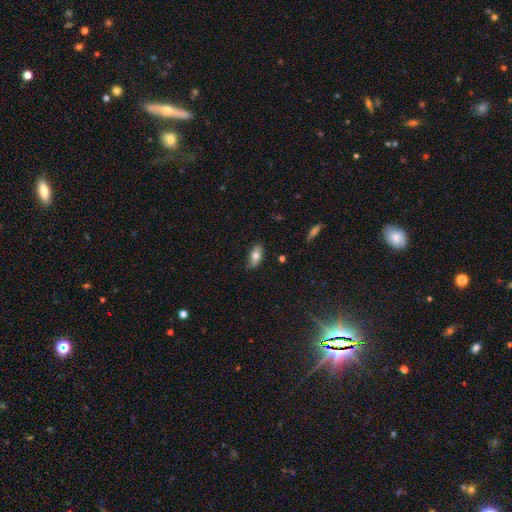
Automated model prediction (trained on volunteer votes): smooth_or_featured: smooth (p=0.71) [alt: featured or disk p=0.21]
how_rounded: in between (p=0.87) [alt: cigar-shaped p=0.09]
merging: none (p=0.82) [alt: minor disturbance p=0.15]